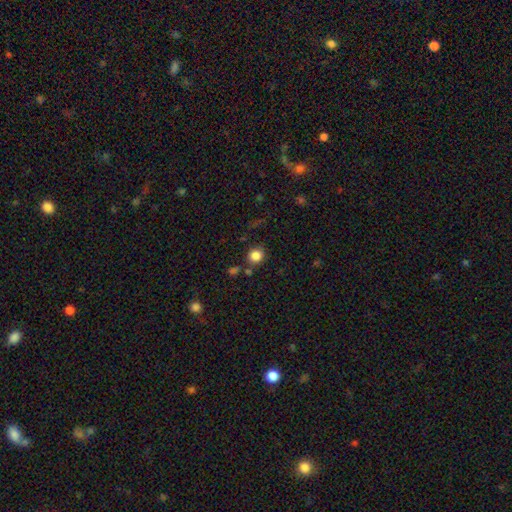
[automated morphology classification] This is clearly a smooth galaxy (84%). How rounded: clearly round (84%). Merging: likely none (77%).